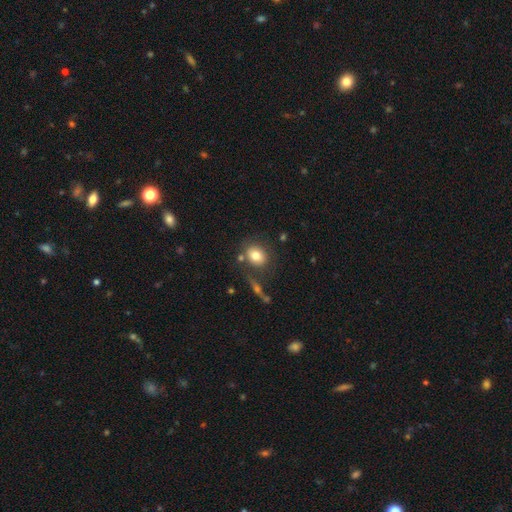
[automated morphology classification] A smooth galaxy with no disk features (78%) that is round (53%).

Vote fractions:
- Smooth or featured? smooth: 78% / featured or disk: 13% / star or artifact: 9%
- How rounded? round: 53% / in between: 45% / cigar-shaped: 2%
- Merging? none: 73% / minor disturbance: 13% / merger: 10% / major disturbance: 5%